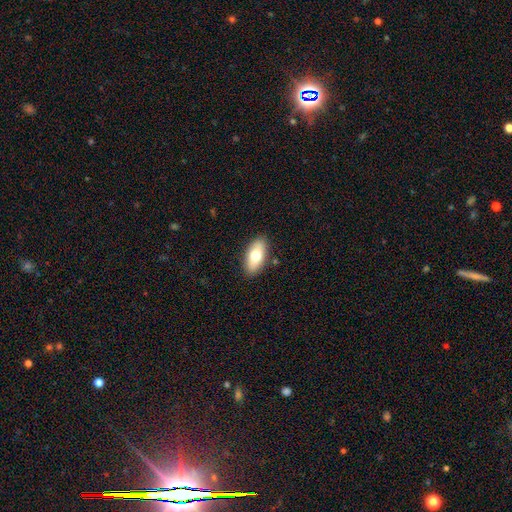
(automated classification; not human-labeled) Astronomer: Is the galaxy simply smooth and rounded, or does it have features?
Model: smooth — 71%.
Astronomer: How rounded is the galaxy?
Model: in between — 89%.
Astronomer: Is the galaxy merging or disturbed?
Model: none — 88%.